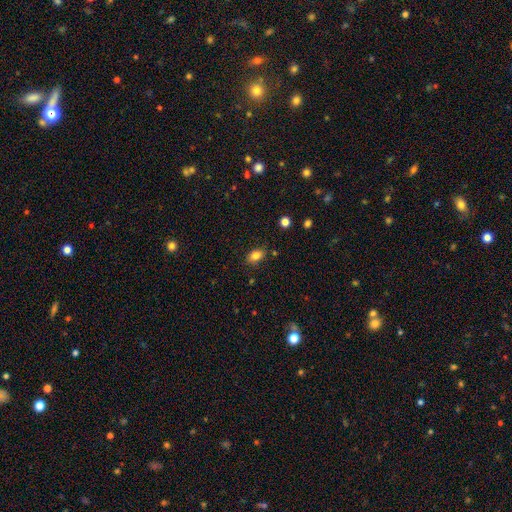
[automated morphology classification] The model was most divided on "how rounded": in between: 77%, round: 22%, cigar-shaped: 1%. More confident: smooth or featured — smooth (83%); merging — none (83%).